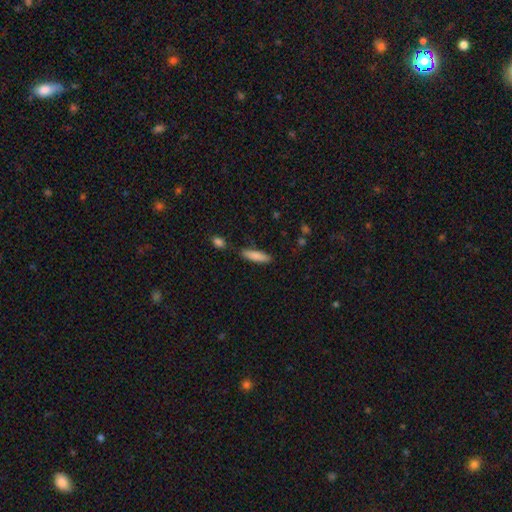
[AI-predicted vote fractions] Morphology: type=smooth (84%); roundness=cigar-shaped (68%); merging=none (79%).